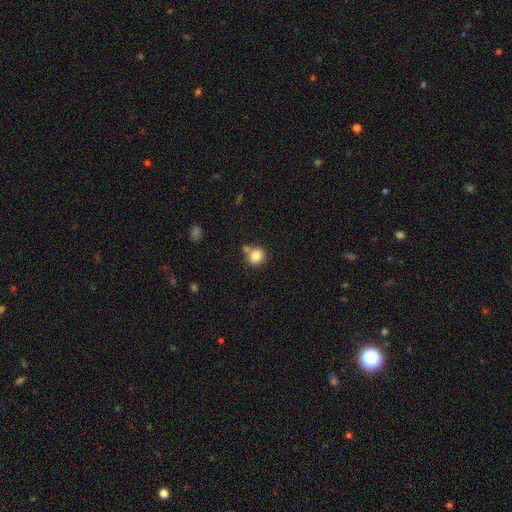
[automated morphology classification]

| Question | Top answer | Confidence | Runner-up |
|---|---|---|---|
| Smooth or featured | smooth | 85% | star or artifact (10%) |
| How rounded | round | 80% | in between (19%) |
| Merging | none | 62% | merger (22%) |